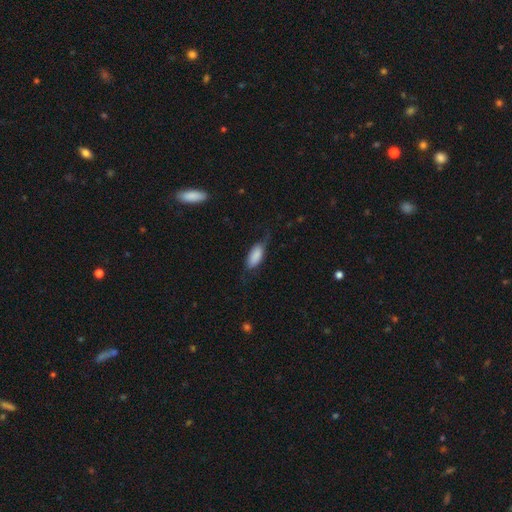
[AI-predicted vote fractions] A smooth galaxy with no disk features (80%) that is in between round and cigar-shaped (85%).

Vote fractions:
- Smooth or featured? smooth: 80% / featured or disk: 14% / star or artifact: 6%
- How rounded? in between: 85% / cigar-shaped: 12% / round: 3%
- Merging? none: 53% / minor disturbance: 30% / major disturbance: 15% / merger: 2%